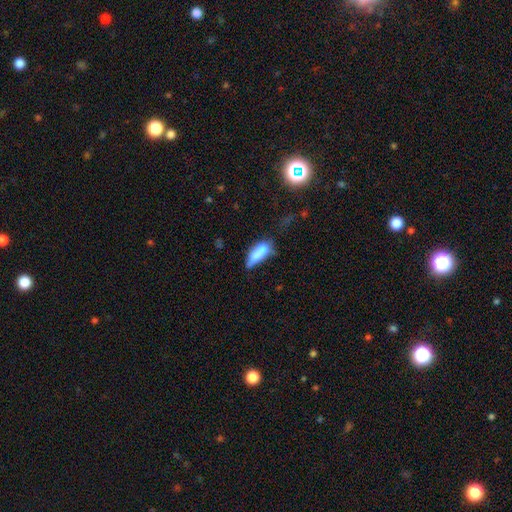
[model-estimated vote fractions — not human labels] Smooth or featured: smooth — 68% (featured or disk — 23%)
How rounded: in between — 64% (cigar-shaped — 33%)
Merging: merger — 29% (tied with none — 29%)